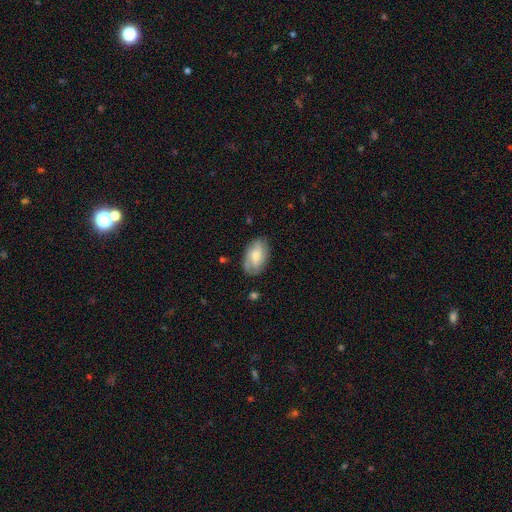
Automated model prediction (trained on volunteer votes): Smooth or featured?
  - featured or disk: 59% *
  - smooth: 35%
  - star or artifact: 7%
Edge-on disk?
  - no: 95% *
  - yes: 5%
Bar?
  - no: 57% *
  - weak: 36%
  - strong: 7%
Spiral arms?
  - yes: 89% *
  - no: 11%
Bulge size?
  - small: 45% *
  - moderate: 43%
  - none: 5%
  - large: 5%
  - dominant: 1%
Merging?
  - none: 77% *
  - minor disturbance: 17%
  - major disturbance: 5%
  - merger: 1%